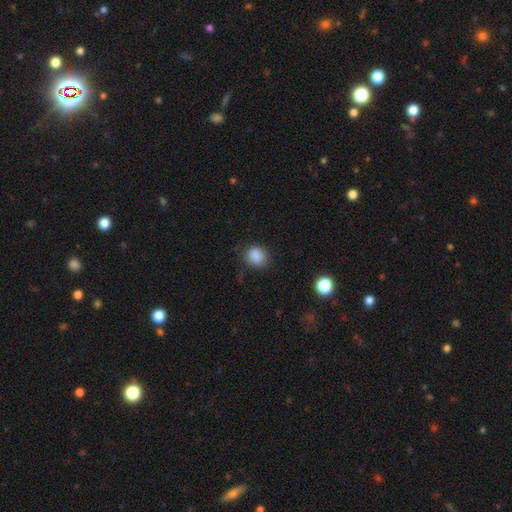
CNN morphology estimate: smooth-or-featured: smooth: 87% | star or artifact: 10% | featured or disk: 3%
  how-rounded: round: 77% | in between: 22% | cigar-shaped: 1%
  merging: none: 79% | minor disturbance: 15% | major disturbance: 5% | merger: 1%